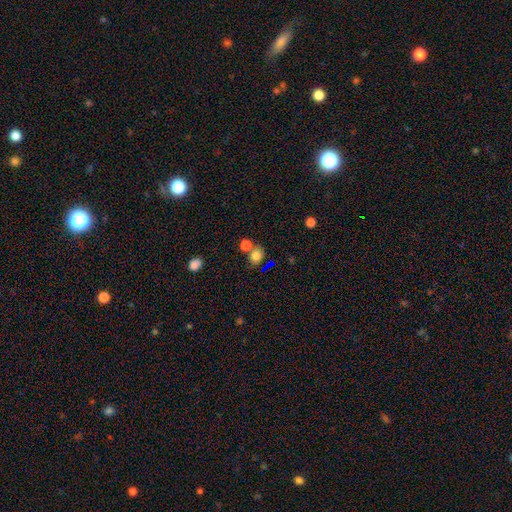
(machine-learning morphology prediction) type=smooth (76%); roundness=round (64%); merging=none (57%).